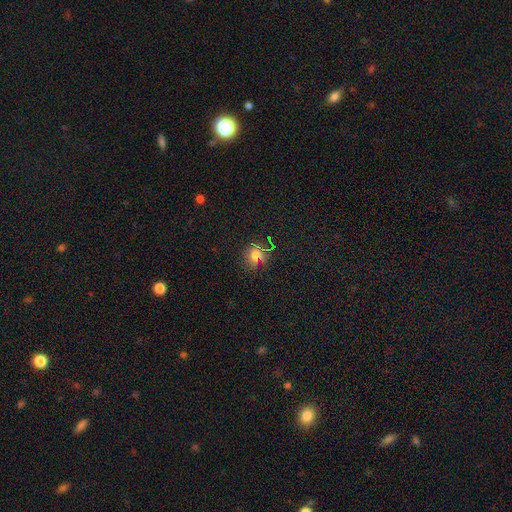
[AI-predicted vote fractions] A smooth galaxy with no disk features (68%) that is round (78%).

Vote fractions:
- Smooth or featured? smooth: 68% / star or artifact: 24% / featured or disk: 7%
- How rounded? round: 78% / in between: 20% / cigar-shaped: 2%
- Merging? none: 82% / minor disturbance: 12% / major disturbance: 4% / merger: 2%